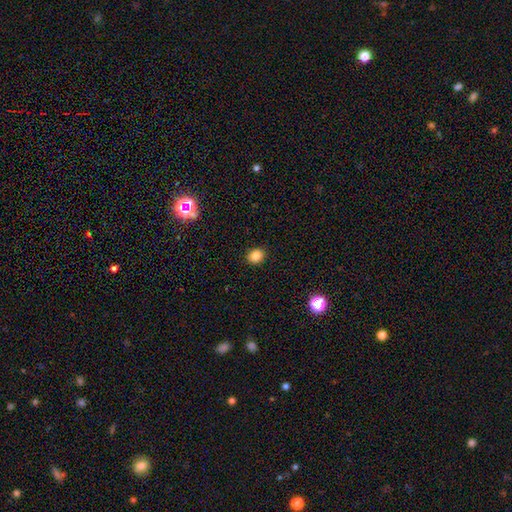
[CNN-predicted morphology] Q: Smooth or featured?
A: smooth (84%); runner-up: star or artifact (12%)
Q: How rounded?
A: round (67%); runner-up: in between (32%)
Q: Merging?
A: none (91%); runner-up: minor disturbance (6%)